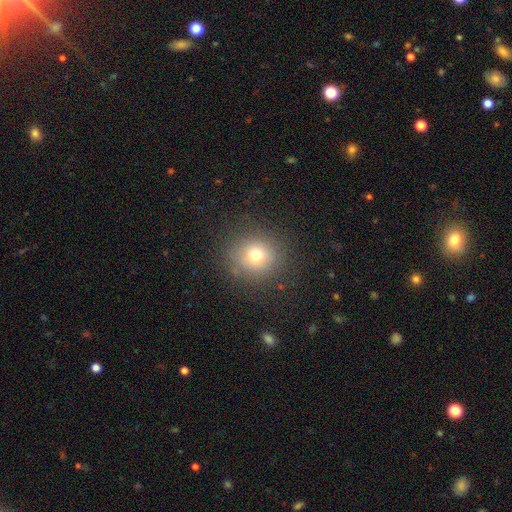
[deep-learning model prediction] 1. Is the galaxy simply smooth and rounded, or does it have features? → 72% smooth, 17% star or artifact, 11% featured or disk.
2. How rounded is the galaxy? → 91% round, 8% in between, 1% cigar-shaped.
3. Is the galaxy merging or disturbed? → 85% none, 9% minor disturbance, 5% major disturbance, 1% merger.